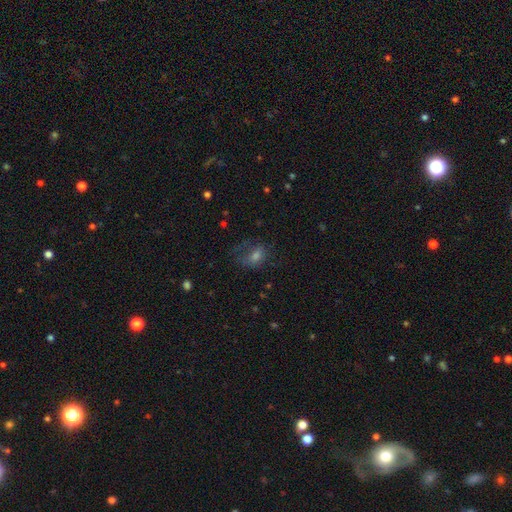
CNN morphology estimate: This is possibly a smooth galaxy (52%). How rounded: likely in between (70%). Merging: marginally none (45%).